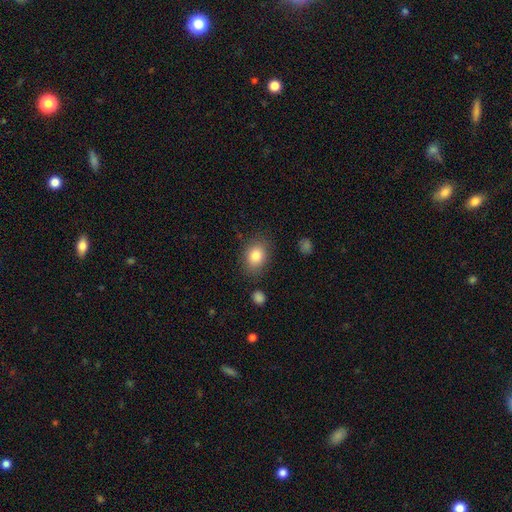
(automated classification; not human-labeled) Smooth or featured: smooth — 83% (star or artifact — 9%)
How rounded: in between — 65% (round — 34%)
Merging: none — 80% (minor disturbance — 13%)